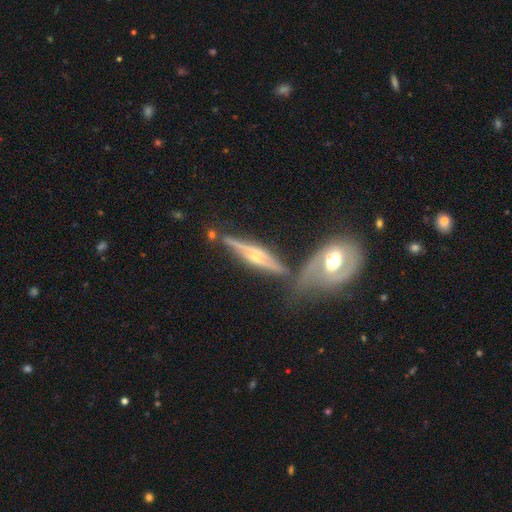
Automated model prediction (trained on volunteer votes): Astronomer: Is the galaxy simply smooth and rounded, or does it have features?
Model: featured or disk — 79%.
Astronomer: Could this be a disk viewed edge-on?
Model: yes — 91%.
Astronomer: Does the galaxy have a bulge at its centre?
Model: rounded — 89%.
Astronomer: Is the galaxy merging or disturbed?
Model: none — 58%.